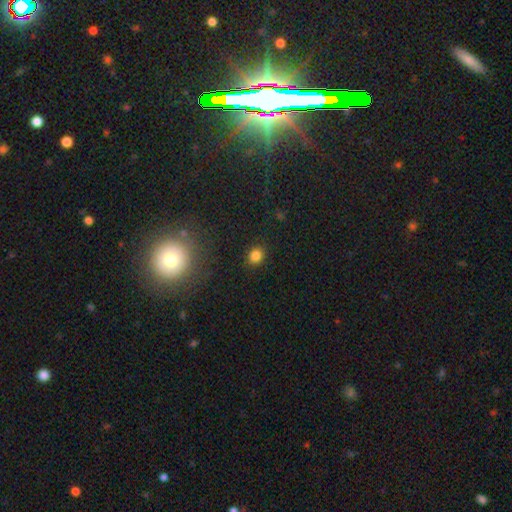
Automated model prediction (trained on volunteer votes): Overall: smooth (82%). How rounded: round (69%; in between 30%). Merging: none (89%).